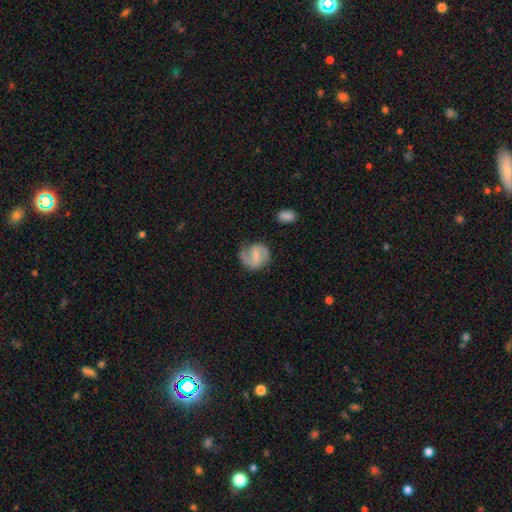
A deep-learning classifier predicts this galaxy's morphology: Smooth or featured: featured or disk — 78% (smooth — 16%)
Edge-on disk: no — 98% (yes — 2%)
Bar: weak — 54% (no — 24%)
Spiral arms: yes — 95% (no — 5%)
Spiral winding: medium — 53% (loose — 27%)
Spiral arm count: 2 — 86% (1 — 7%)
Bulge size: small — 52% (moderate — 24%)
Merging: none — 77% (minor disturbance — 15%)